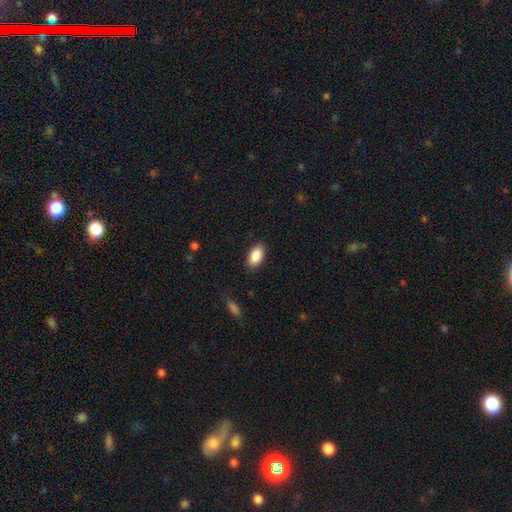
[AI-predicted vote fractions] Morphology: type=smooth (89%); roundness=in between (93%); merging=none (87%).